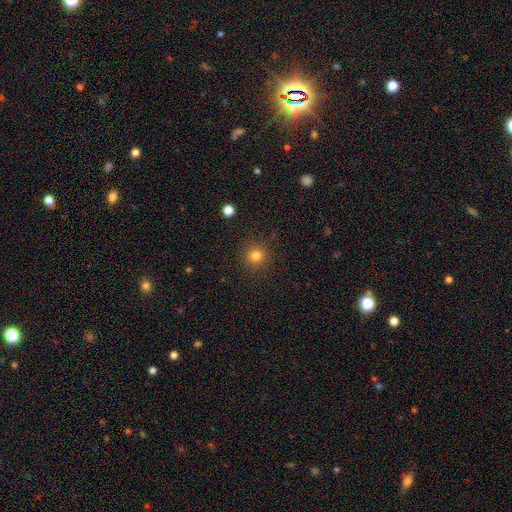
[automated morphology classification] This appears to be a smooth galaxy with no disk features (81%) that is round (94%). Merging: none (91%).